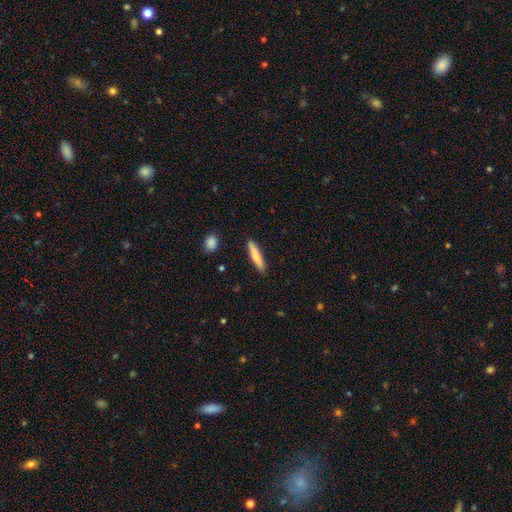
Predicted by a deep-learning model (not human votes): smooth 73%, featured or disk 22%, star or artifact 6%. Down the decision tree: how rounded — cigar-shaped (89%); merging — none (88%).